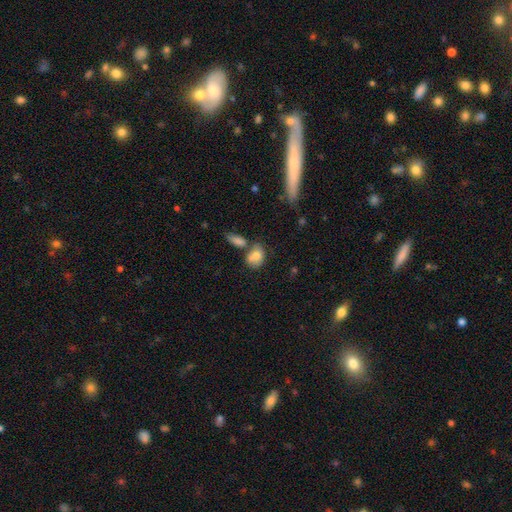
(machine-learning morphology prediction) Smooth or featured? Predicted: smooth (p=0.78). How rounded? Predicted: in between (p=0.69). Merging? Predicted: none (p=0.45).